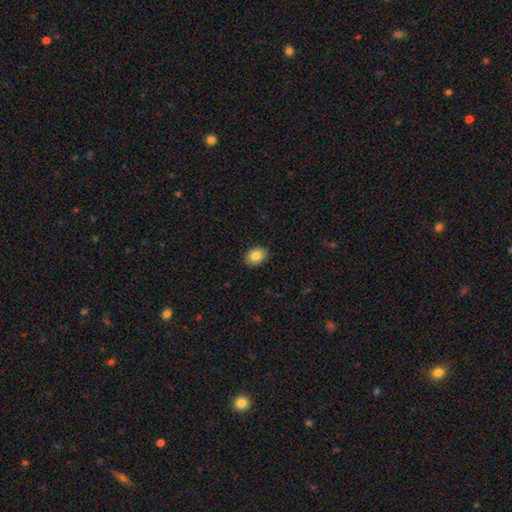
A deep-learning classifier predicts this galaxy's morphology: Smooth or featured? smooth (84%)
How rounded? in between (63%)
Merging? none (89%)